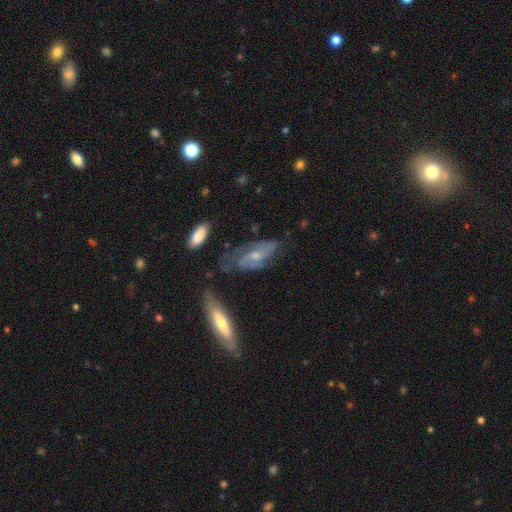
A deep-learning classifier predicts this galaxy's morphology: Smooth or featured? Predicted: featured or disk (p=0.72). Edge-on disk? Predicted: no (p=0.87). Bar? Predicted: no (p=0.57). Spiral arms? Predicted: yes (p=0.87). Spiral winding? Predicted: medium (p=0.44). Spiral arm count? Predicted: 2 (p=0.64). Bulge size? Predicted: small (p=0.52). Merging? Predicted: none (p=0.57).